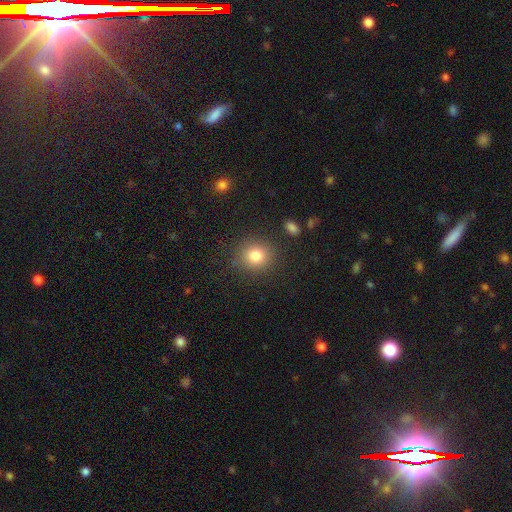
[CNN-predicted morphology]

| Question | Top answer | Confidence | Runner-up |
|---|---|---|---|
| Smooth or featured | smooth | 81% | star or artifact (12%) |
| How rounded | round | 86% | in between (13%) |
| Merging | none | 87% | minor disturbance (8%) |